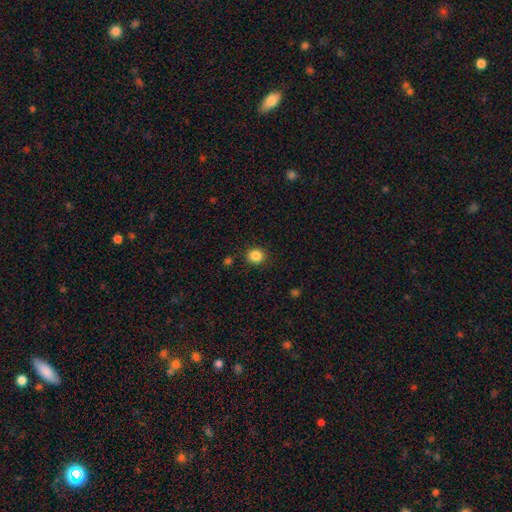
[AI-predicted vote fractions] smooth_or_featured: smooth (p=0.85) [alt: star or artifact p=0.11]
how_rounded: round (p=0.86) [alt: in between p=0.13]
merging: none (p=0.88) [alt: minor disturbance p=0.07]